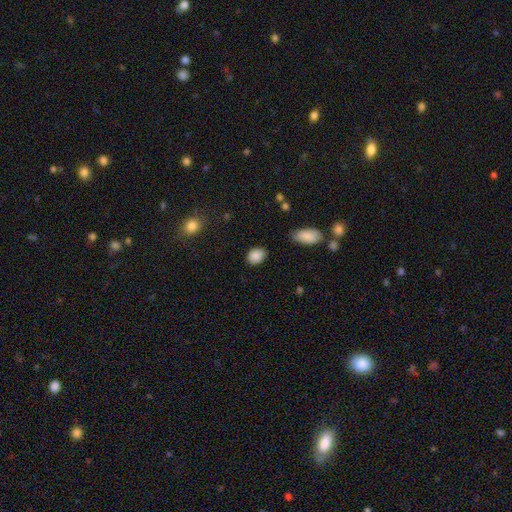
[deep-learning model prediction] smooth-or-featured: smooth: 88% | star or artifact: 8% | featured or disk: 4%
  how-rounded: in between: 62% | round: 37% | cigar-shaped: 1%
  merging: none: 84% | minor disturbance: 11% | major disturbance: 3% | merger: 2%